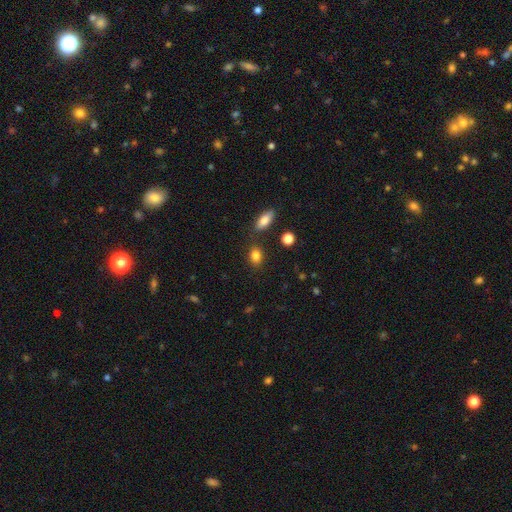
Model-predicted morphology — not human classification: Smooth or featured? Predicted: smooth (p=0.84). How rounded? Predicted: in between (p=0.74). Merging? Predicted: none (p=0.79).